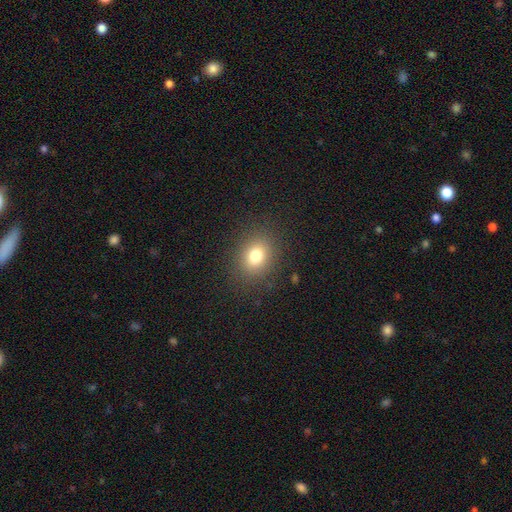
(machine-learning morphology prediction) Smooth or featured: smooth — 79% (star or artifact — 13%)
How rounded: round — 50% (in between — 49%)
Merging: none — 87% (minor disturbance — 8%)